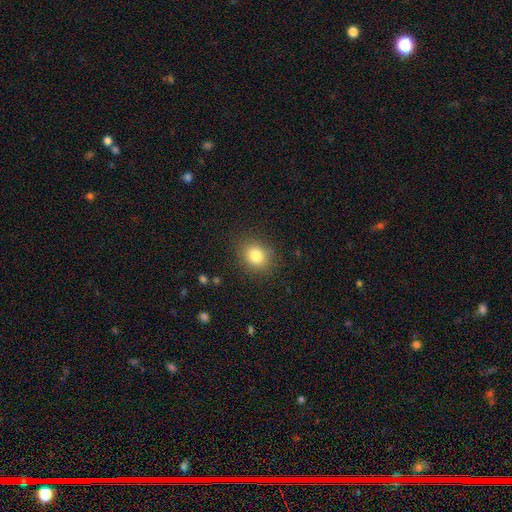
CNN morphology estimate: type=smooth (82%); roundness=round (61%); merging=none (86%).